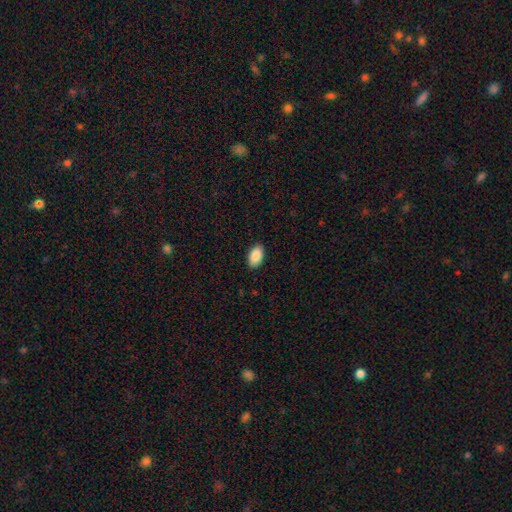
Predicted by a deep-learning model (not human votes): A smooth galaxy with no disk features (89%) that is in between round and cigar-shaped (94%).

Vote fractions:
- Smooth or featured? smooth: 89% / star or artifact: 7% / featured or disk: 4%
- How rounded? in between: 94% / round: 4% / cigar-shaped: 2%
- Merging? none: 89% / minor disturbance: 8% / major disturbance: 2% / merger: 1%